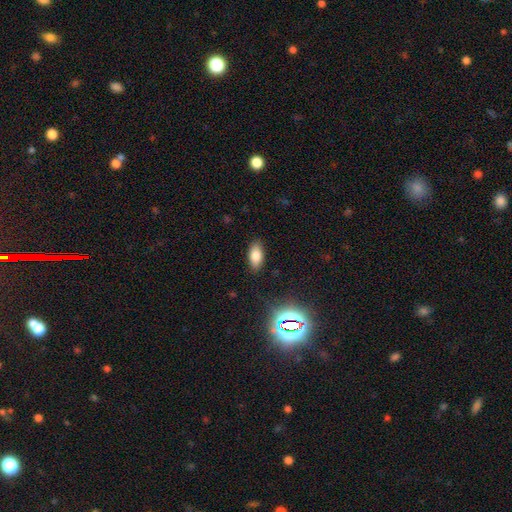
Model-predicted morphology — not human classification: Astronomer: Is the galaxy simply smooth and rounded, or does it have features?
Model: smooth — 79%.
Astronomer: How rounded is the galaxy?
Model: in between — 87%.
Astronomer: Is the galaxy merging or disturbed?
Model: none — 87%.